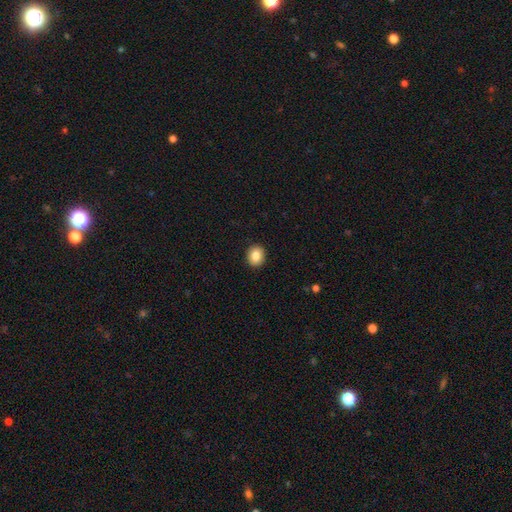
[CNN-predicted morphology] Q: Smooth or featured?
A: smooth (86%); runner-up: star or artifact (8%)
Q: How rounded?
A: round (75%); runner-up: in between (24%)
Q: Merging?
A: none (92%); runner-up: minor disturbance (5%)